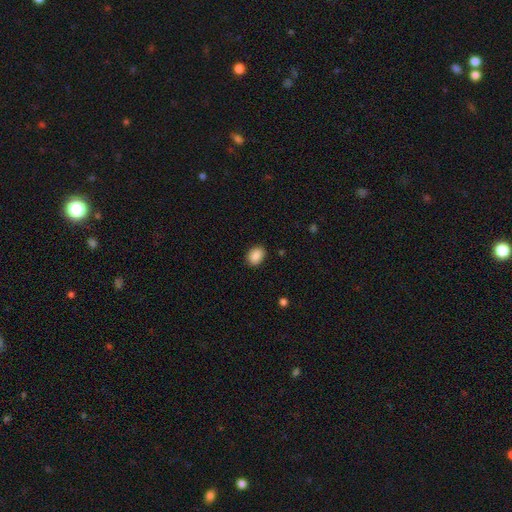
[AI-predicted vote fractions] Smooth or featured: smooth — 89% (star or artifact — 8%)
How rounded: in between — 73% (round — 26%)
Merging: none — 87% (minor disturbance — 10%)